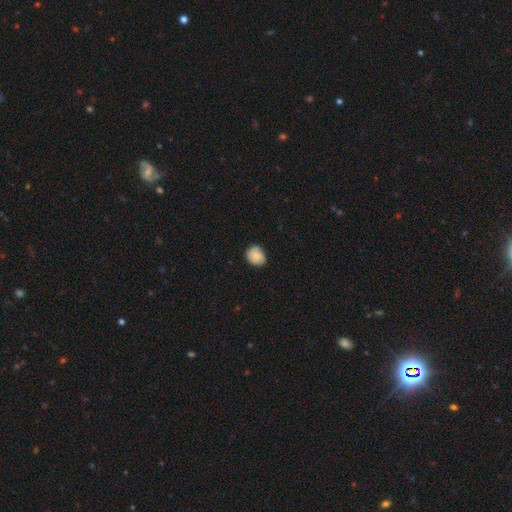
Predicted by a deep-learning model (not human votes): Smooth or featured? Predicted: smooth (p=0.80). How rounded? Predicted: round (p=0.67). Merging? Predicted: none (p=0.77).